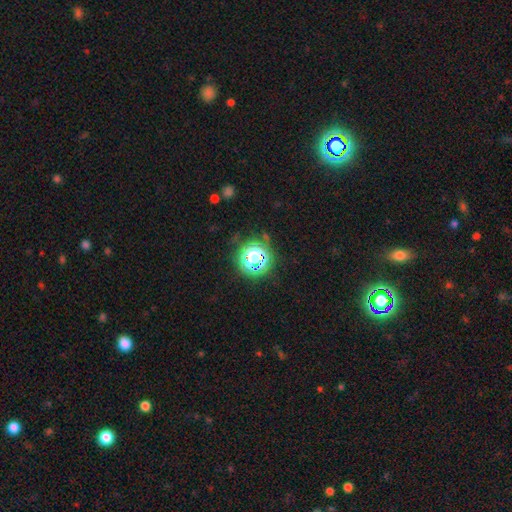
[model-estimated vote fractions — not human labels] A star or artifact, not a galaxy (61%).

Vote fractions:
- Smooth or featured? star or artifact: 61% / smooth: 28% / featured or disk: 11%